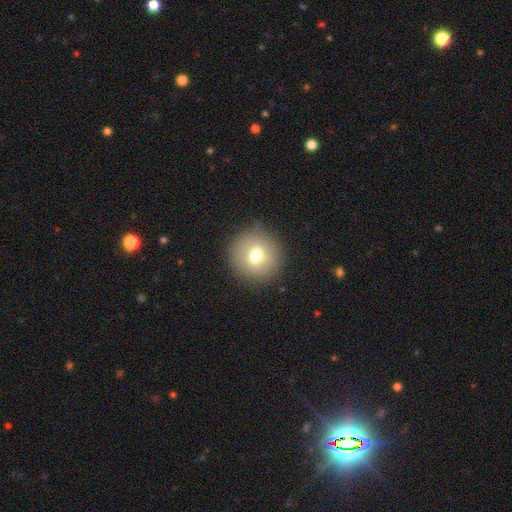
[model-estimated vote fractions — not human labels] Smooth or featured: smooth — 71% (featured or disk — 18%)
How rounded: round — 93% (in between — 6%)
Merging: none — 85% (minor disturbance — 10%)